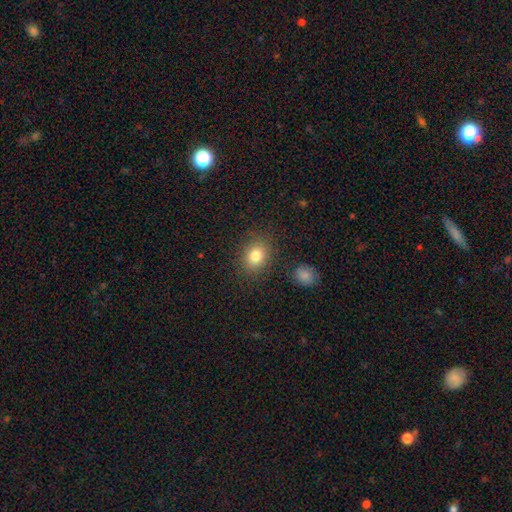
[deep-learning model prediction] smooth 81%, star or artifact 11%, featured or disk 8%. Down the decision tree: how rounded — round (54%); merging — none (83%).